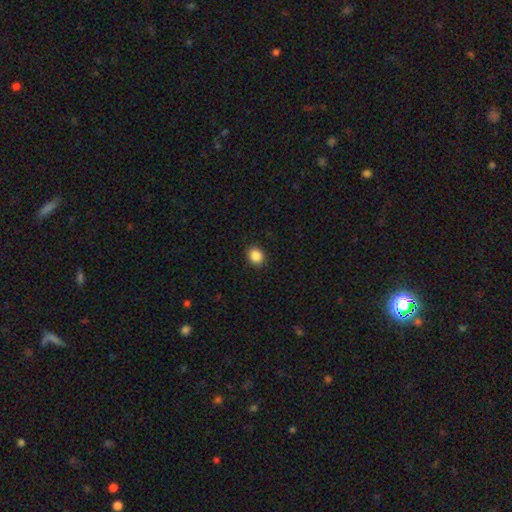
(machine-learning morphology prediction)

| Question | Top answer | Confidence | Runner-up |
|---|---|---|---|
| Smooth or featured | smooth | 87% | star or artifact (10%) |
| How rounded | round | 65% | in between (34%) |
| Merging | none | 91% | minor disturbance (6%) |